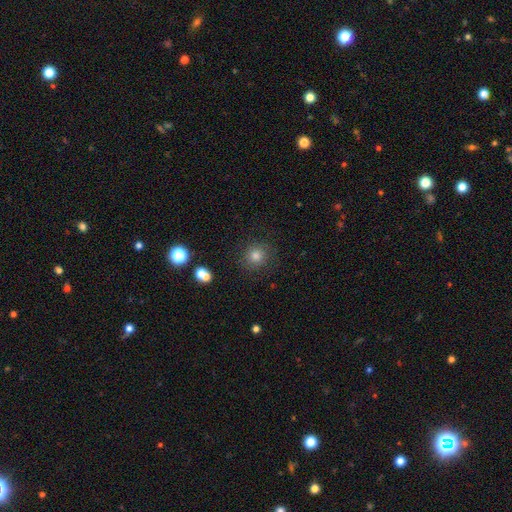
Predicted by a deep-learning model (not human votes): This appears to be a smooth galaxy with no disk features (76%) that is round (91%). Merging: none (86%).